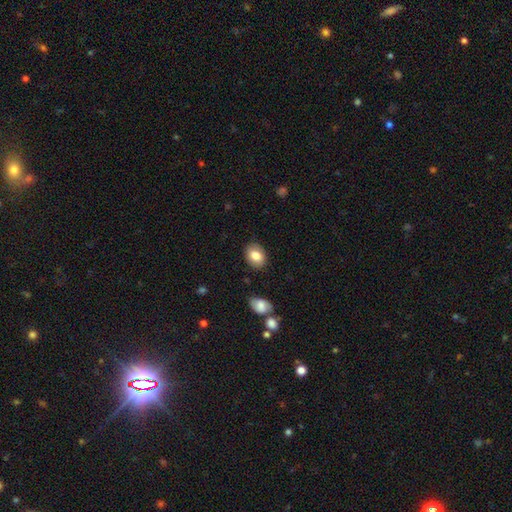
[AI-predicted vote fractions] Q: Smooth or featured?
A: smooth (82%); runner-up: featured or disk (10%)
Q: How rounded?
A: in between (69%); runner-up: round (30%)
Q: Merging?
A: none (85%); runner-up: minor disturbance (11%)